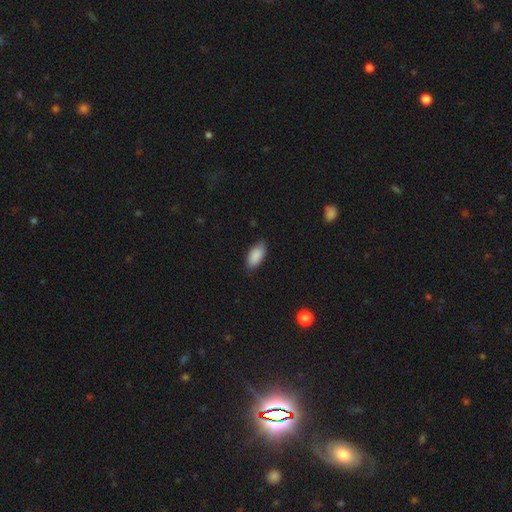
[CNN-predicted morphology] The model was most divided on "merging": none: 80%, minor disturbance: 16%, major disturbance: 3%, merger: 1%. More confident: how rounded — in between (91%); smooth or featured — smooth (88%).